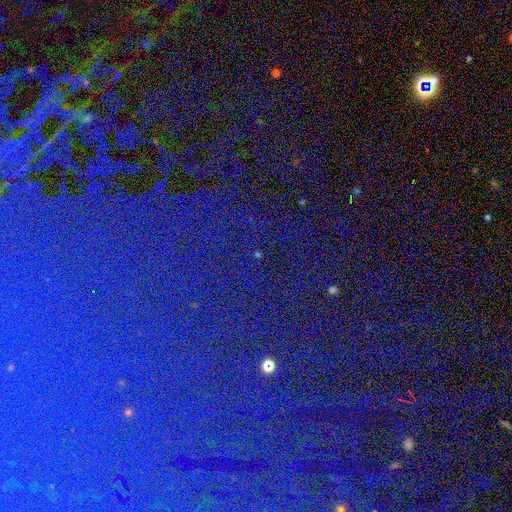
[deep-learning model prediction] Smooth or featured: star or artifact — 84% (smooth — 9%)